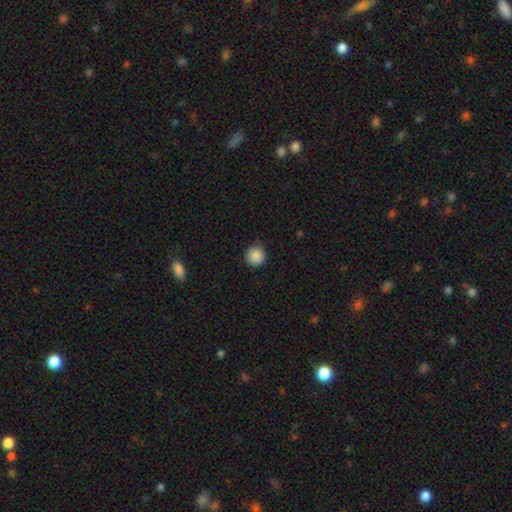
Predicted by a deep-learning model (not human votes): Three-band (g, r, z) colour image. It shows a smooth galaxy with no disk features (88%) that is round (94%). Merging: none (86%).